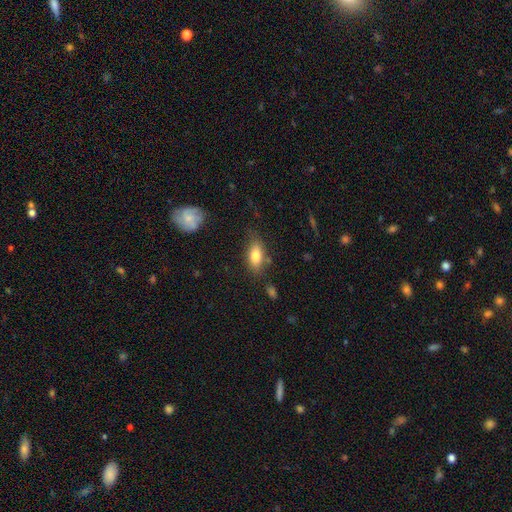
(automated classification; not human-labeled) Smooth or featured: smooth — 80% (featured or disk — 12%)
How rounded: in between — 86% (cigar-shaped — 9%)
Merging: none — 70% (minor disturbance — 20%)